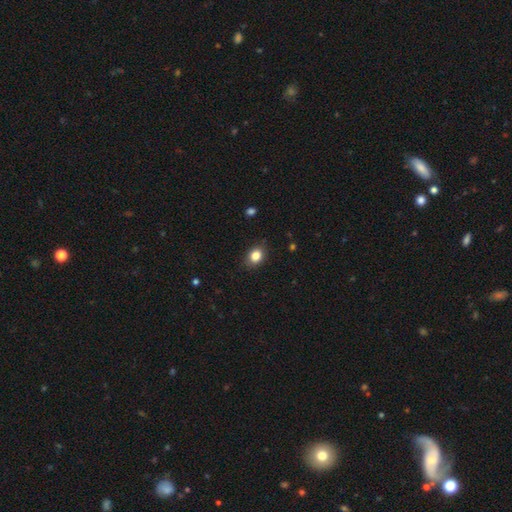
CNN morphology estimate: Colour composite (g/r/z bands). It shows a smooth galaxy with no disk features (84%) that is in between round and cigar-shaped (57%). Merging: none (85%).